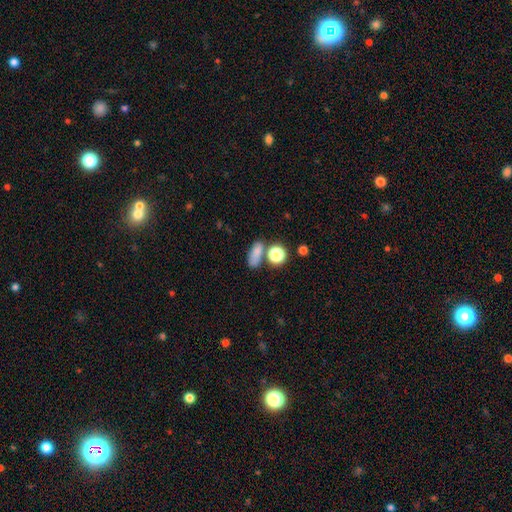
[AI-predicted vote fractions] Q: Smooth or featured?
A: smooth (78%); runner-up: star or artifact (14%)
Q: How rounded?
A: in between (68%); runner-up: round (19%)
Q: Merging?
A: none (61%); runner-up: merger (20%)